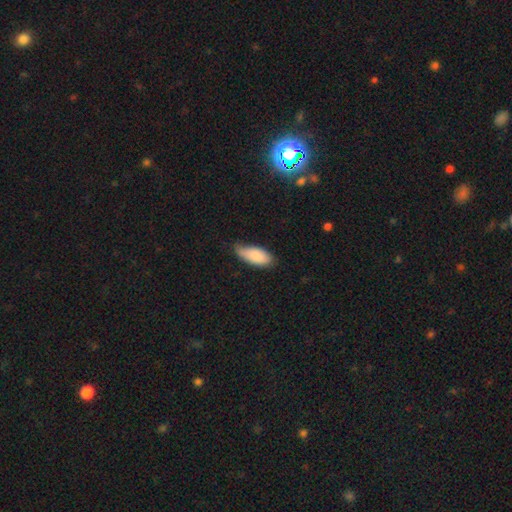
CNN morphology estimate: Smooth or featured? smooth (87%)
How rounded? in between (86%)
Merging? none (51%)